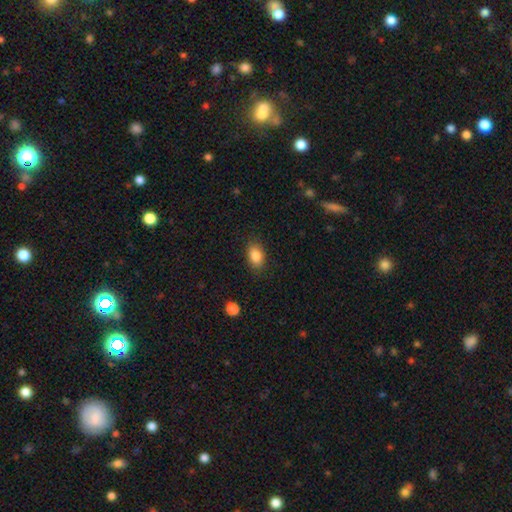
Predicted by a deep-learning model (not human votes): Overall: smooth (86%). How rounded: in between (86%). Merging: none (86%).